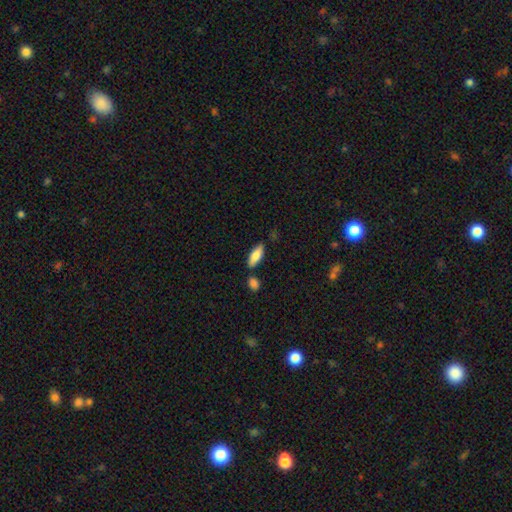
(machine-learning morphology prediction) A smooth galaxy with no disk features (79%) that is in between round and cigar-shaped (71%). Merging: none (76%).